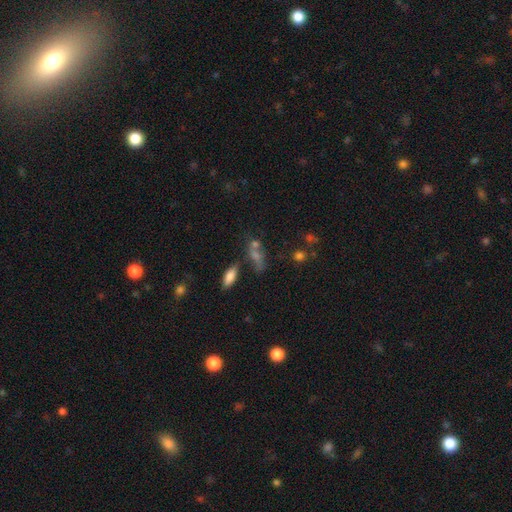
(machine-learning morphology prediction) type=smooth (53%); roundness=in between (57%); merging=none (46%).